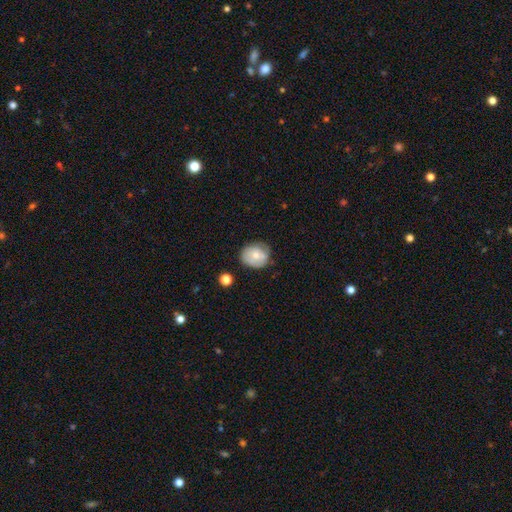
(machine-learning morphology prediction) This appears to be a smooth galaxy with no disk features (69%) that is round (72%). Merging: none (66%).